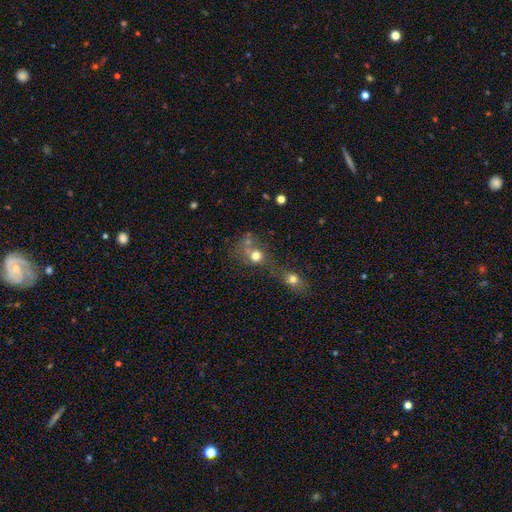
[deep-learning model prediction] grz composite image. It shows a smooth galaxy with no disk features (70%) that is round (77%). Merging: merger (50%).